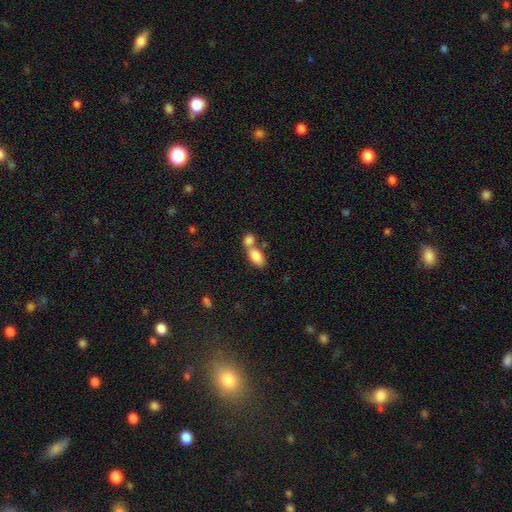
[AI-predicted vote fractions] Morphology: type=smooth (83%); roundness=in between (90%); merging=merger (62%).